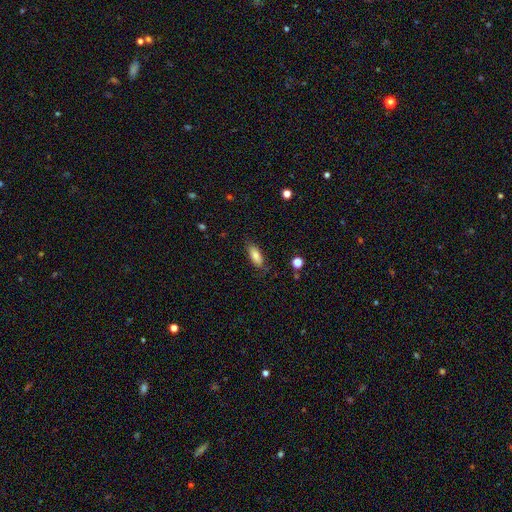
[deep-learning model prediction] Smooth or featured: smooth — 80% (featured or disk — 12%)
How rounded: in between — 74% (cigar-shaped — 23%)
Merging: none — 78% (minor disturbance — 17%)